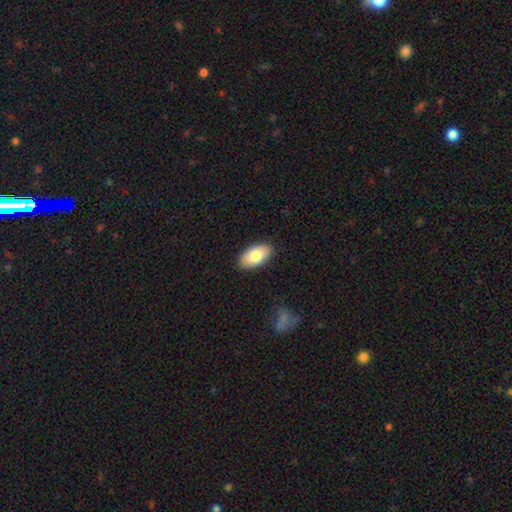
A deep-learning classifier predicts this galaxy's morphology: Smooth or featured? Predicted: smooth (p=0.81). How rounded? Predicted: in between (p=0.95). Merging? Predicted: none (p=0.89).